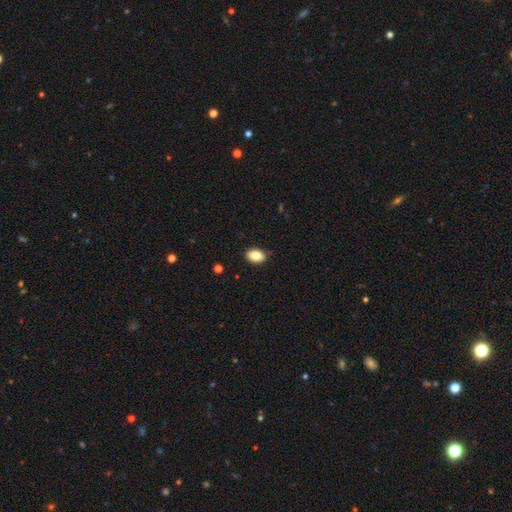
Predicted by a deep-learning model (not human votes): smooth 84%, featured or disk 8%, star or artifact 8%. Down the decision tree: how rounded — in between (87%); merging — none (87%).